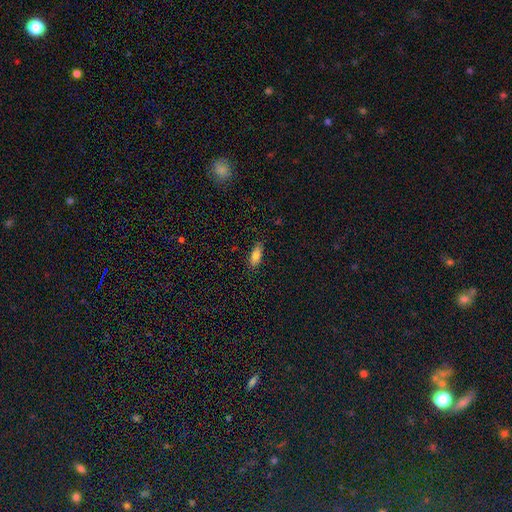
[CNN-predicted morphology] A smooth galaxy with no disk features (81%) that is in between round and cigar-shaped (80%).

Vote fractions:
- Smooth or featured? smooth: 81% / featured or disk: 10% / star or artifact: 9%
- How rounded? in between: 80% / cigar-shaped: 17% / round: 2%
- Merging? none: 84% / minor disturbance: 13% / major disturbance: 3% / merger: 1%